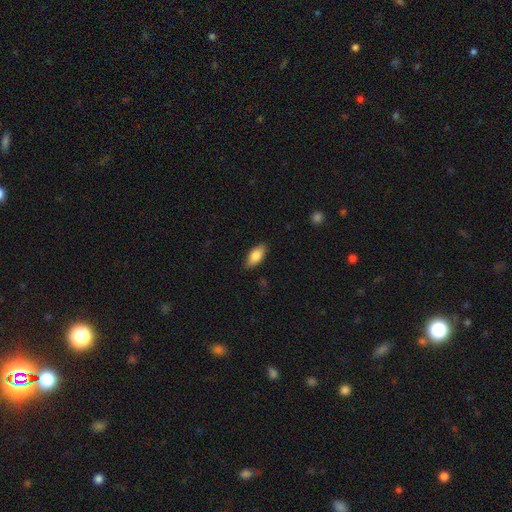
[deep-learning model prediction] Smooth or featured: smooth — 84% (featured or disk — 9%)
How rounded: in between — 89% (cigar-shaped — 9%)
Merging: none — 84% (minor disturbance — 13%)